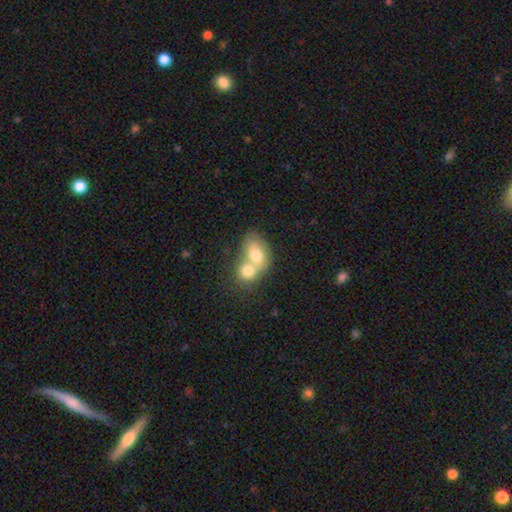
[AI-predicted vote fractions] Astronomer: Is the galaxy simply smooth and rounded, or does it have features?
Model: smooth — 70%.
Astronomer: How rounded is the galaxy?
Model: in between — 62%.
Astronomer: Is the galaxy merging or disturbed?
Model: merger — 74%.